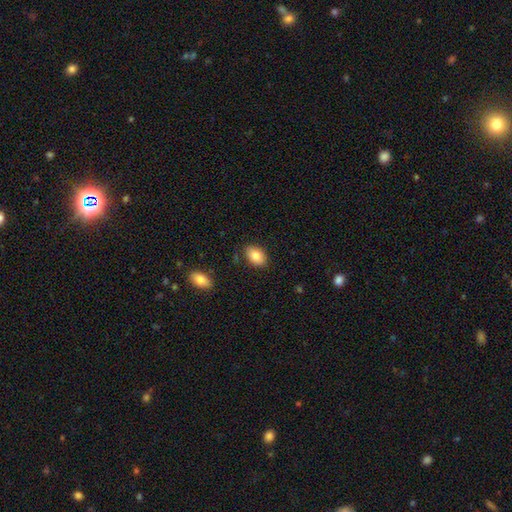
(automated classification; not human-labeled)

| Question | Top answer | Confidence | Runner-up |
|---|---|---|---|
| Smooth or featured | smooth | 84% | featured or disk (8%) |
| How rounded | in between | 86% | round (12%) |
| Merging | none | 84% | minor disturbance (11%) |